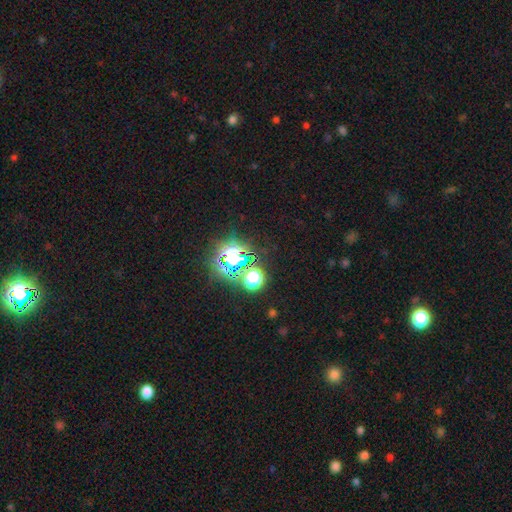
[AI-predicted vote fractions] Smooth or featured? Predicted: star or artifact (p=0.72).